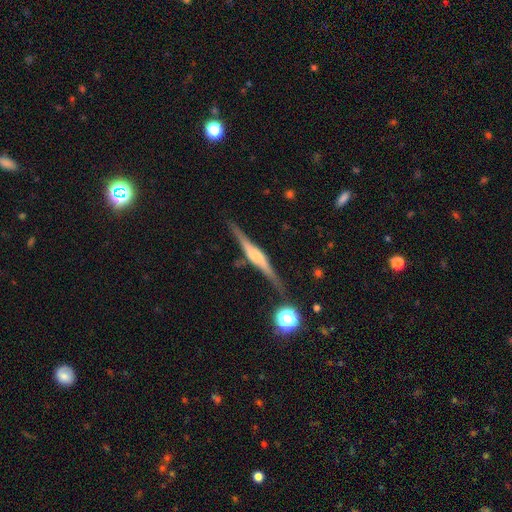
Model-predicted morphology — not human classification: smooth-or-featured: featured or disk: 78% | smooth: 15% | star or artifact: 7%
  disk-edge-on: yes: 97% | no: 3%
    edge-on-bulge: rounded: 59% | boxy: 35% | none: 7%
  merging: none: 83% | minor disturbance: 11% | major disturbance: 3% | merger: 3%